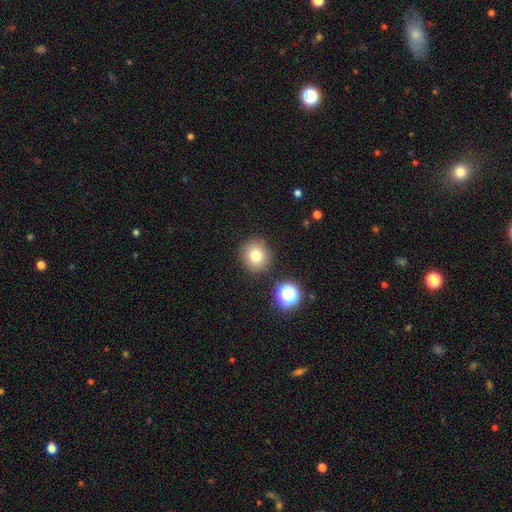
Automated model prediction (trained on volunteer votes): Smooth or featured?
  - smooth: 78% *
  - star or artifact: 13%
  - featured or disk: 9%
How rounded?
  - round: 88% *
  - in between: 11%
  - cigar-shaped: 1%
Merging?
  - none: 86% *
  - minor disturbance: 8%
  - merger: 3%
  - major disturbance: 3%